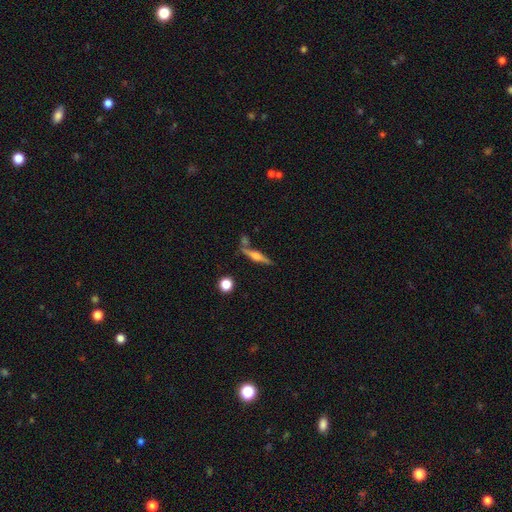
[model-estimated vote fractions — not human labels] Smooth or featured? featured or disk (63%)
Edge-on disk? yes (96%)
Edge-on bulge? rounded (78%)
Merging? none (70%)